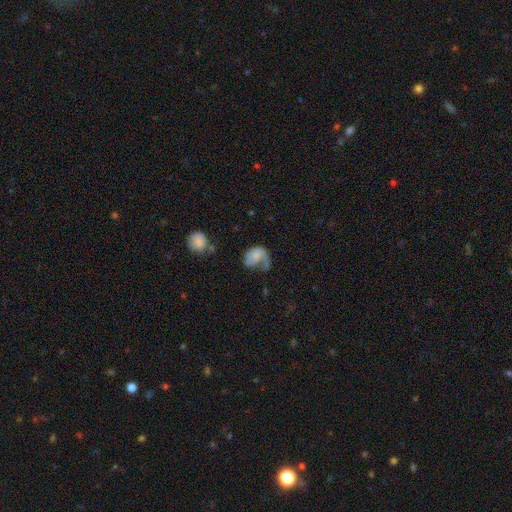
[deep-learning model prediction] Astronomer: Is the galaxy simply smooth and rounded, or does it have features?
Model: featured or disk — 53% (runner-up: smooth, 39%).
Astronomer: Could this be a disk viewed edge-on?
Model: no — 97%.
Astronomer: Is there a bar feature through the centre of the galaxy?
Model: no — 74%.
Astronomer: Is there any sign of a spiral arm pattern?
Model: yes — 79%.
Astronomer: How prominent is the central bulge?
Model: small — 47% (runner-up: moderate, 26%).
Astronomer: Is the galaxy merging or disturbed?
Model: major disturbance — 46% (runner-up: none, 28%).